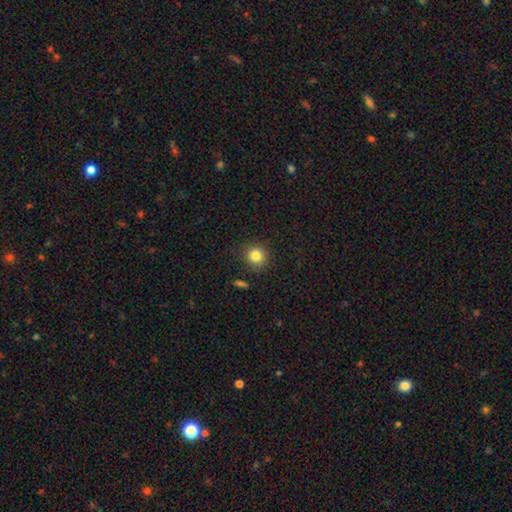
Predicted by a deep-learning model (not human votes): The model was most divided on "smooth or featured": smooth: 84%, star or artifact: 11%, featured or disk: 6%. More confident: how rounded — round (90%); merging — none (87%).